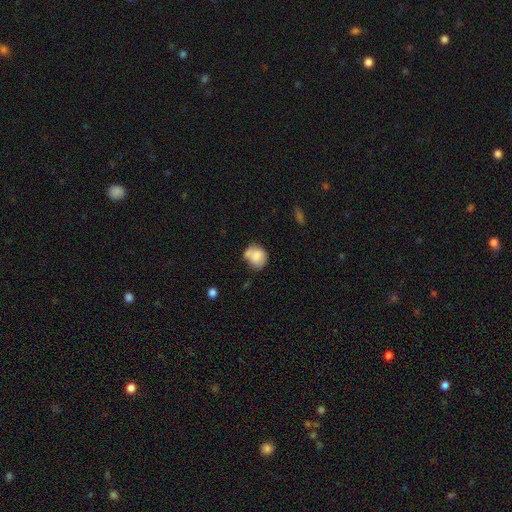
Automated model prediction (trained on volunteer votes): The model was most divided on "merging": none: 45%, minor disturbance: 25%, merger: 22%, major disturbance: 8%. More confident: smooth or featured — smooth (75%); how rounded — round (66%).